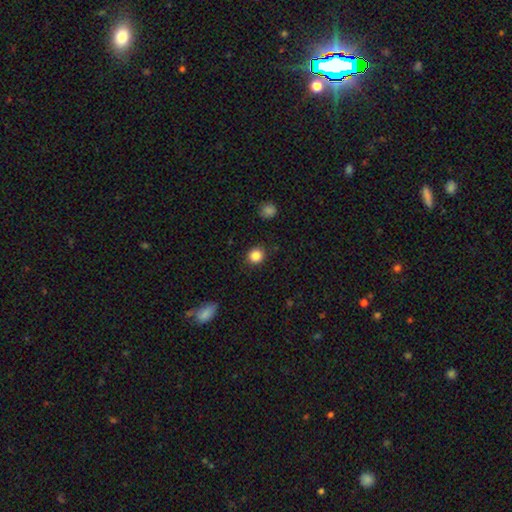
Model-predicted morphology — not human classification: Q: Smooth or featured?
A: smooth (86%); runner-up: star or artifact (10%)
Q: How rounded?
A: round (84%); runner-up: in between (15%)
Q: Merging?
A: none (89%); runner-up: minor disturbance (7%)